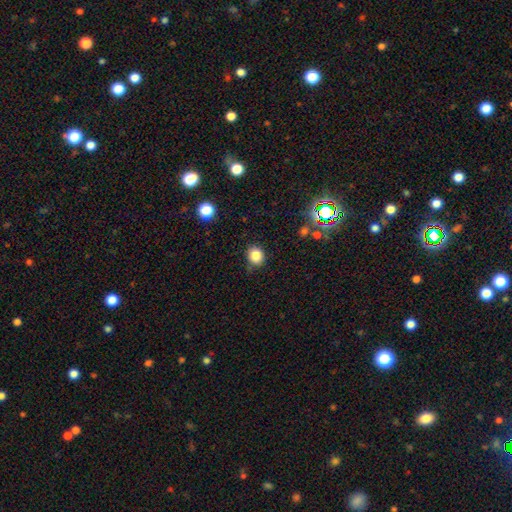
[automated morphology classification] smooth 84%, star or artifact 12%, featured or disk 4%. Down the decision tree: how rounded — round (74%); merging — none (81%).